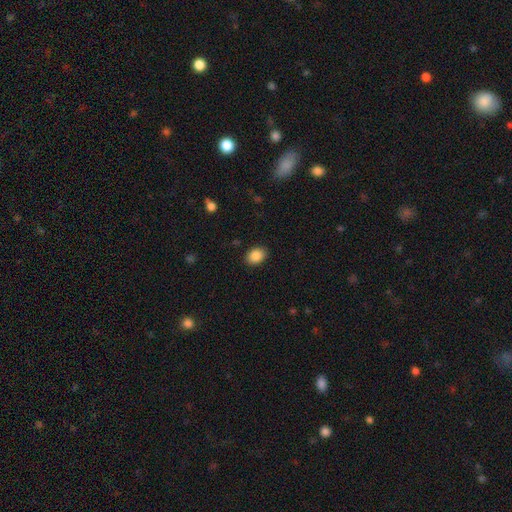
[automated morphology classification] Q: Smooth or featured?
A: smooth (88%); runner-up: star or artifact (8%)
Q: How rounded?
A: in between (69%); runner-up: round (30%)
Q: Merging?
A: none (88%); runner-up: minor disturbance (8%)